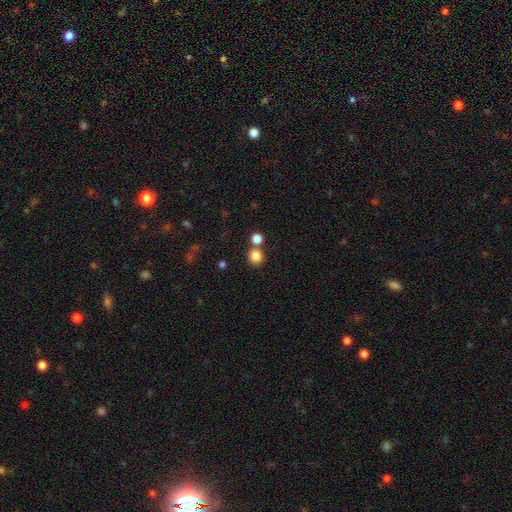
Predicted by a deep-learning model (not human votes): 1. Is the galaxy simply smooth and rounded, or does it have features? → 83% smooth, 12% star or artifact, 5% featured or disk.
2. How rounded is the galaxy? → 89% round, 10% in between, 1% cigar-shaped.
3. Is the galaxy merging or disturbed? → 68% none, 22% merger, 7% minor disturbance, 3% major disturbance.